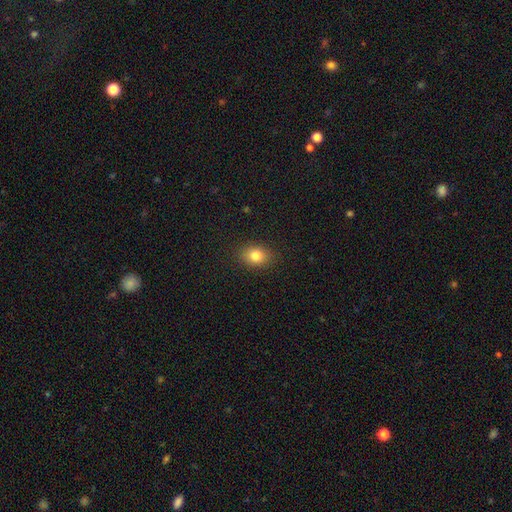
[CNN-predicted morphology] Smooth or featured? smooth (82%)
How rounded? in between (60%)
Merging? none (89%)